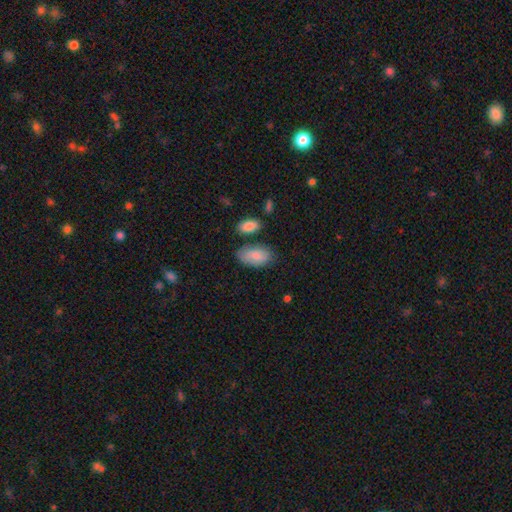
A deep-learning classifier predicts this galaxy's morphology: The model was most divided on "merging": none: 67%, minor disturbance: 20%, merger: 8%, major disturbance: 5%. More confident: how rounded — in between (94%); smooth or featured — smooth (84%).